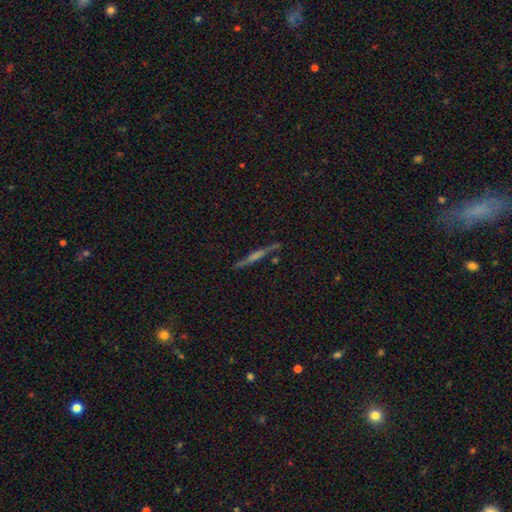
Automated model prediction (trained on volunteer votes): The model was most divided on "edge-on bulge": rounded: 42%, none: 38%, boxy: 20%. More confident: edge-on disk — yes (96%); merging — none (86%); smooth or featured — featured or disk (67%).